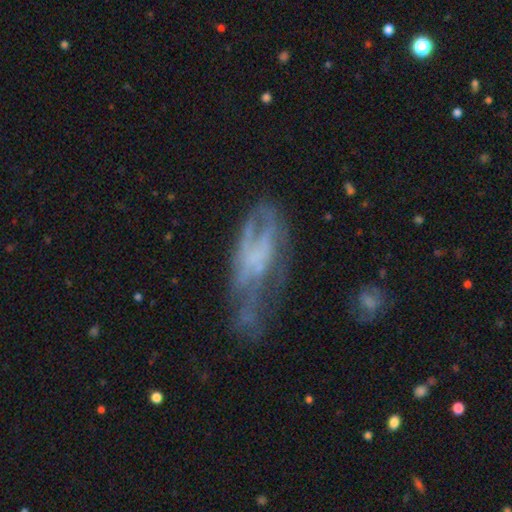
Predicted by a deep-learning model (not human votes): A featured or disk galaxy (62%) with no bar (77%), no spiral arms (64%) and no central bulge (68%).

Vote fractions:
- Smooth or featured? featured or disk: 62% / smooth: 26% / star or artifact: 12%
- Edge-on disk? no: 84% / yes: 16%
- Bar? no: 77% / weak: 17% / strong: 6%
- Spiral arms? no: 64% / yes: 36%
- Bulge size? none: 68% / small: 16% / moderate: 10% / large: 5% / dominant: 2%
- Merging? major disturbance: 40% / none: 29% / minor disturbance: 25% / merger: 6%